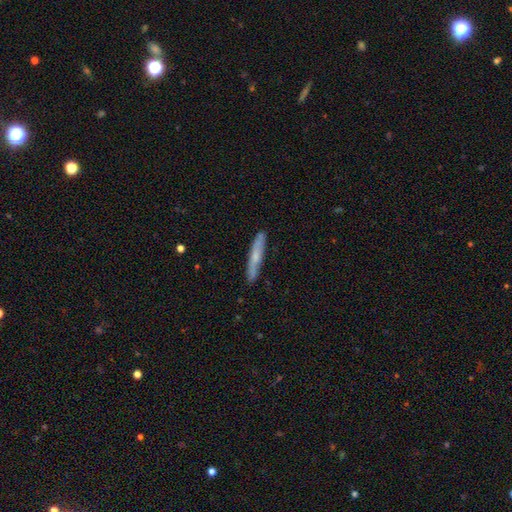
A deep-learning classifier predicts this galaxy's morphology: The model was most divided on "smooth or featured": smooth: 51%, featured or disk: 43%, star or artifact: 6%. More confident: how rounded — cigar-shaped (94%); merging — none (87%).